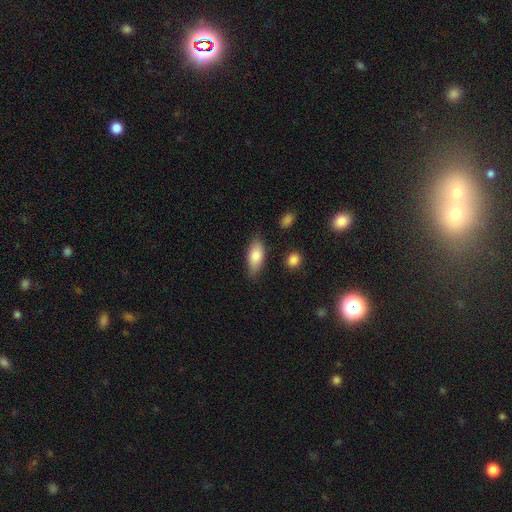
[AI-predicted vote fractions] Q: Smooth or featured?
A: smooth (81%); runner-up: featured or disk (12%)
Q: How rounded?
A: in between (83%); runner-up: cigar-shaped (14%)
Q: Merging?
A: none (77%); runner-up: minor disturbance (17%)